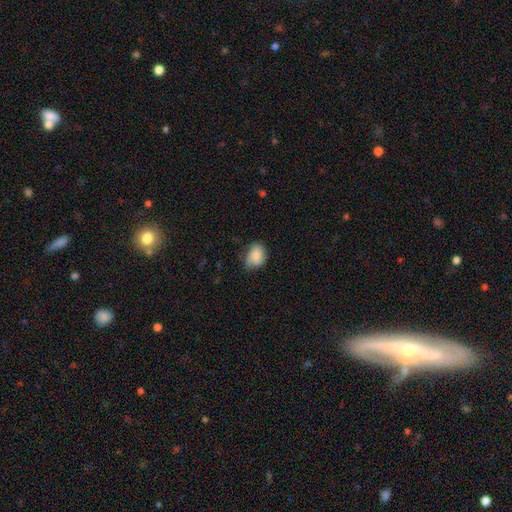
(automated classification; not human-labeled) The model was most divided on "merging": none: 59%, minor disturbance: 32%, major disturbance: 8%, merger: 1%. More confident: smooth or featured — smooth (81%); how rounded — in between (70%).